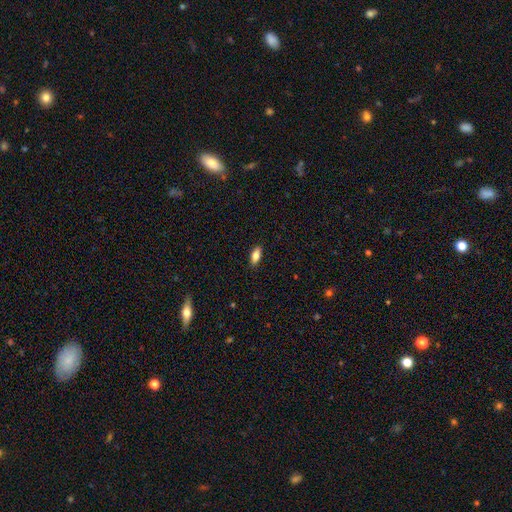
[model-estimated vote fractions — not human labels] A smooth galaxy with no disk features (77%) that is in between round and cigar-shaped (80%). Merging: none (89%).